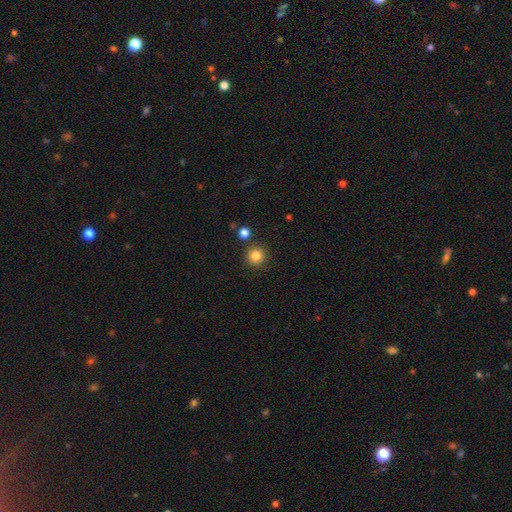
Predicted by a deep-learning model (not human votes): Morphology: type=smooth (84%); roundness=round (94%); merging=none (87%).